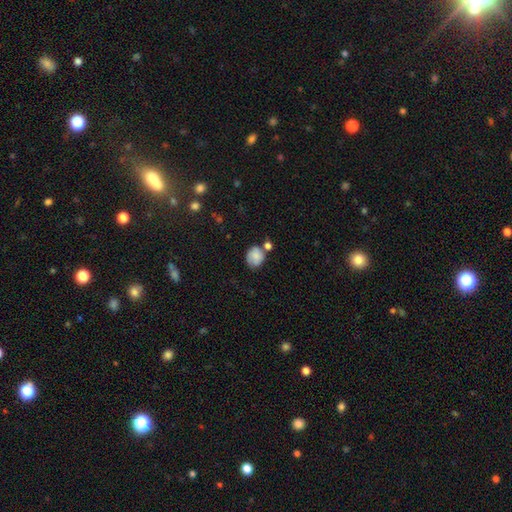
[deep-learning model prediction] smooth_or_featured: smooth (p=0.79) [alt: featured or disk p=0.13]
how_rounded: round (p=0.61) [alt: in between p=0.39]
merging: none (p=0.50) [alt: minor disturbance p=0.22]